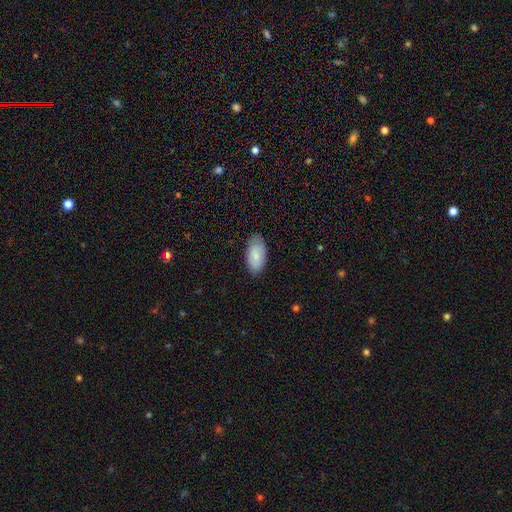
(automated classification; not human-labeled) Overall: smooth (85%). How rounded: in between (95%). Merging: none (82%).